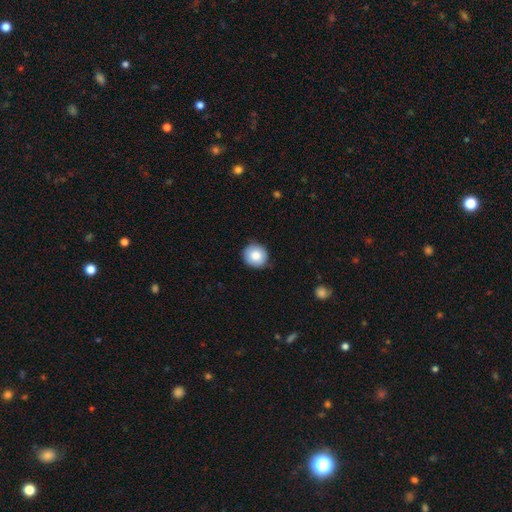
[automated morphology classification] A smooth galaxy with no disk features (84%) that is round (91%).

Vote fractions:
- Smooth or featured? smooth: 84% / featured or disk: 8% / star or artifact: 7%
- How rounded? round: 91% / in between: 8% / cigar-shaped: 1%
- Merging? none: 86% / minor disturbance: 11% / major disturbance: 2% / merger: 1%